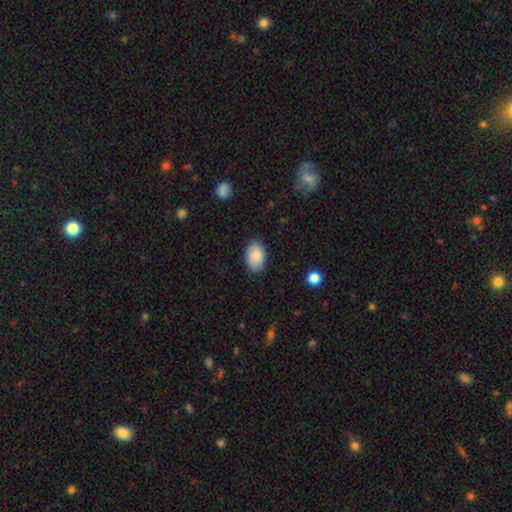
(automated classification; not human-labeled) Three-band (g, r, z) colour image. It shows a smooth galaxy with no disk features (85%) that is in between round and cigar-shaped (89%). Merging: none (84%).